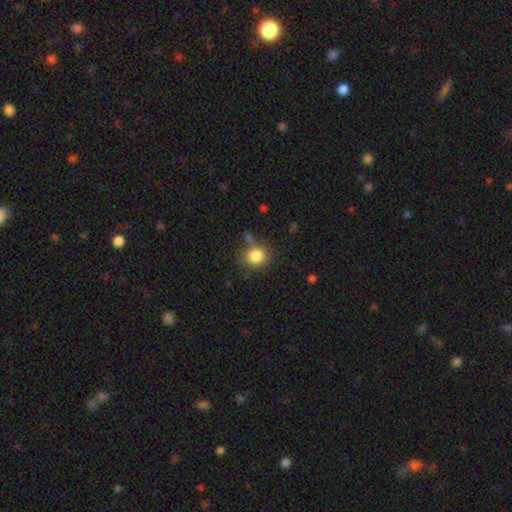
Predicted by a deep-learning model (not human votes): Overall: smooth (83%). How rounded: round (74%). Merging: none (66%).